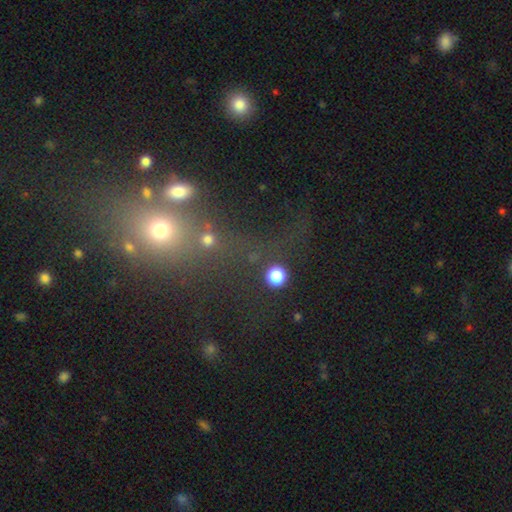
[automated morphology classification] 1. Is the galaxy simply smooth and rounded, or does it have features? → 44% star or artifact, 40% smooth, 17% featured or disk.